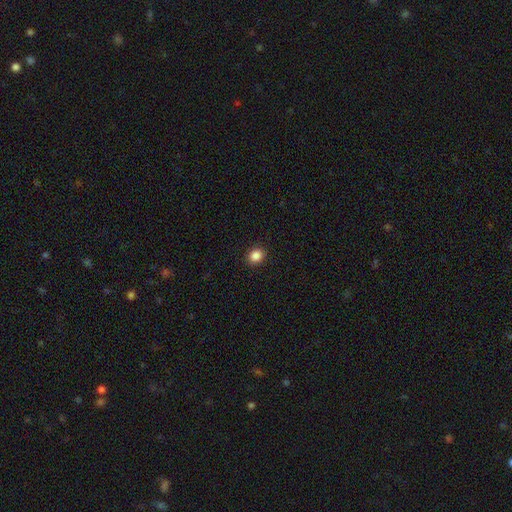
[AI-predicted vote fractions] The model was most divided on "how rounded": round: 72%, in between: 27%, cigar-shaped: 1%. More confident: merging — none (91%); smooth or featured — smooth (86%).